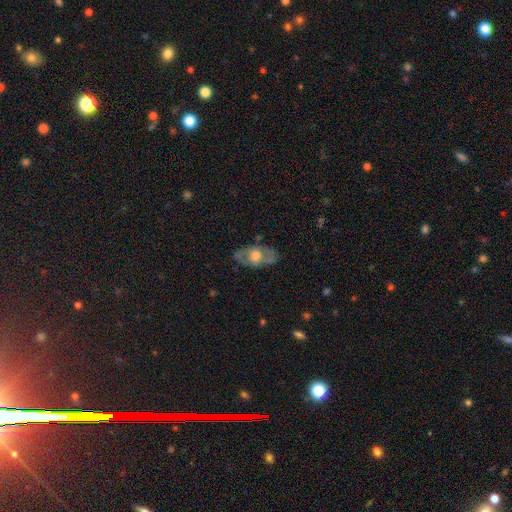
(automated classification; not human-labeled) Smooth or featured? featured or disk (54%)
Edge-on disk? no (81%)
Merging? none (75%)